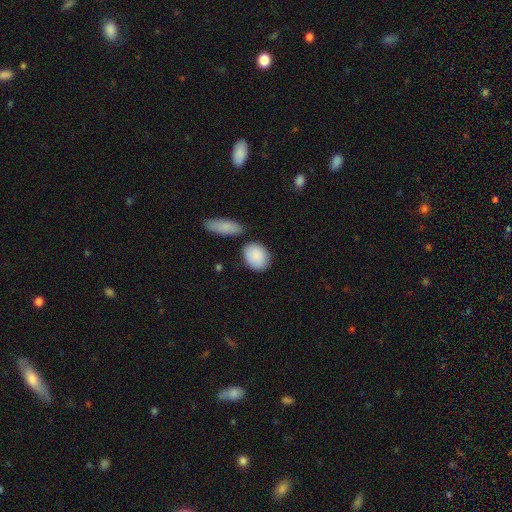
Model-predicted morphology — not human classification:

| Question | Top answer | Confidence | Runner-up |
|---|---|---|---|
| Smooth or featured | smooth | 88% | featured or disk (6%) |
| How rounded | in between | 65% | round (33%) |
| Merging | none | 71% | minor disturbance (15%) |